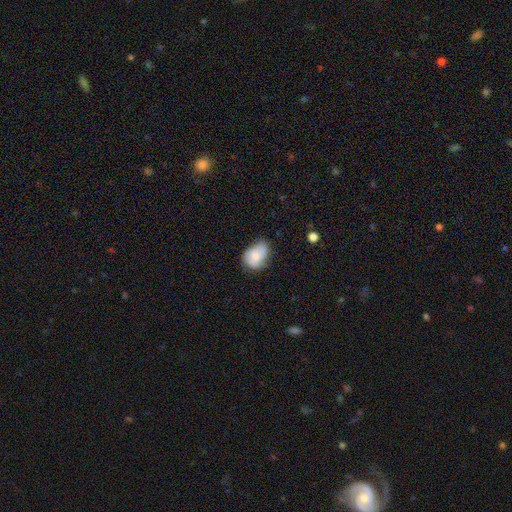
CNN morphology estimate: smooth-or-featured: smooth: 67% | featured or disk: 26% | star or artifact: 8%
  how-rounded: in between: 78% | round: 21% | cigar-shaped: 1%
  merging: none: 46% | minor disturbance: 40% | major disturbance: 12% | merger: 3%